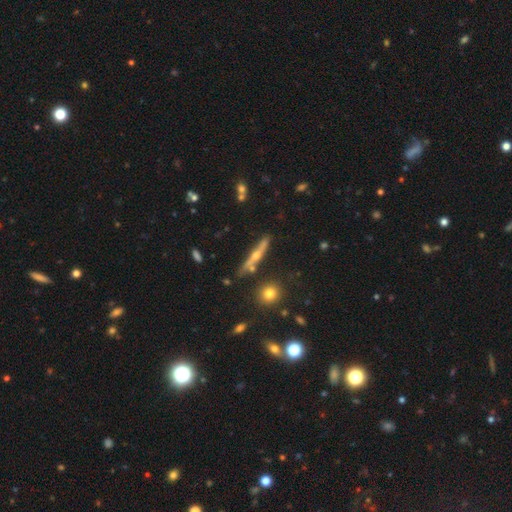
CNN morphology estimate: A featured or disk galaxy (64%) viewed edge-on (93%) with a rounded central bulge (86%). Merging: none (75%).